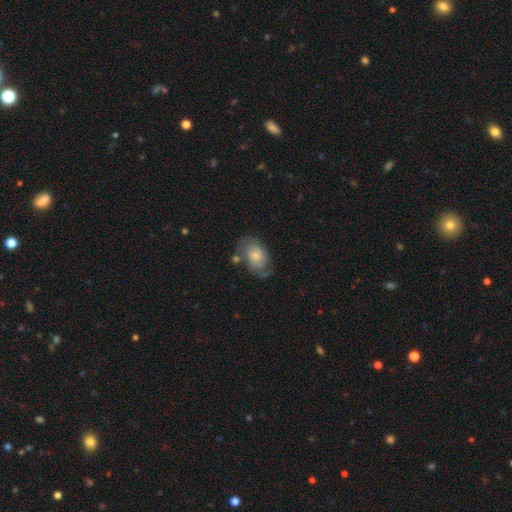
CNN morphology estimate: This appears to be a featured or disk galaxy (57%) with no bar (71%), spiral arms (83%) and a small central bulge (49%). Merging: none (55%).